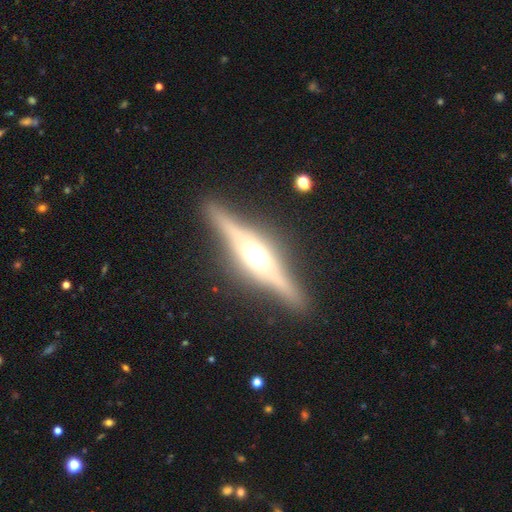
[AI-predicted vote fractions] Morphology: type=featured or disk (82%); edge-on=yes (97%); edge-on bulge=rounded (87%); merging=none (89%).